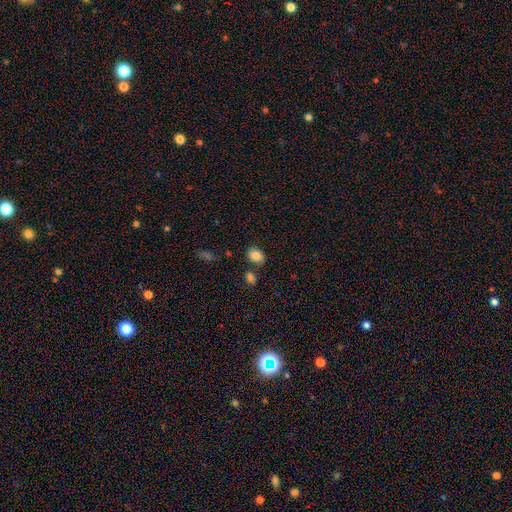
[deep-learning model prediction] Smooth or featured?
  - smooth: 85% *
  - star or artifact: 9%
  - featured or disk: 6%
How rounded?
  - in between: 62% *
  - round: 37%
  - cigar-shaped: 1%
Merging?
  - none: 72% *
  - minor disturbance: 13%
  - merger: 11%
  - major disturbance: 4%